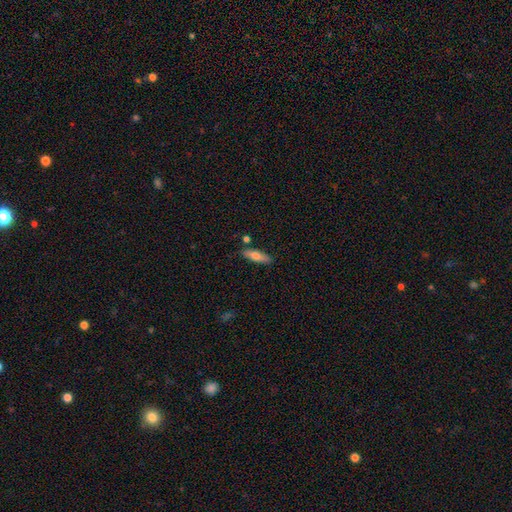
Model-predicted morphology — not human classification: Smooth or featured: smooth — 70% (featured or disk — 24%)
How rounded: cigar-shaped — 57% (in between — 40%)
Merging: none — 82% (minor disturbance — 11%)